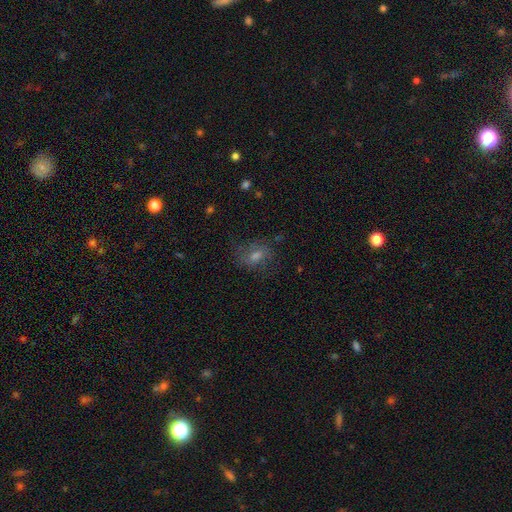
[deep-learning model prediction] Smooth or featured?
  - smooth: 55% *
  - featured or disk: 28%
  - star or artifact: 17%
How rounded?
  - in between: 74% *
  - round: 21%
  - cigar-shaped: 5%
Merging?
  - none: 63% *
  - minor disturbance: 21%
  - major disturbance: 14%
  - merger: 2%